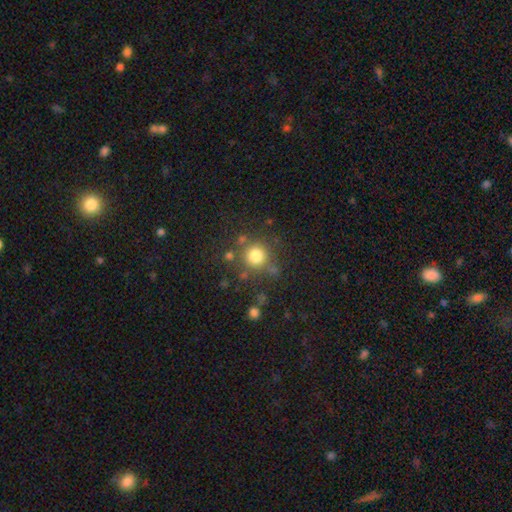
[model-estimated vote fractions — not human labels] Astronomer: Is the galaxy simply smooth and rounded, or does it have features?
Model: smooth — 78%.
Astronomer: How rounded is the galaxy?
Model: round — 93%.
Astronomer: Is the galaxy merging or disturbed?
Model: none — 76%.